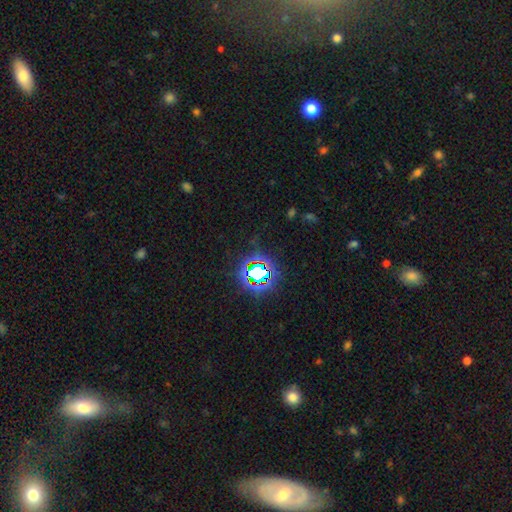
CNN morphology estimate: This appears to be a star or artifact, not a galaxy (77%).